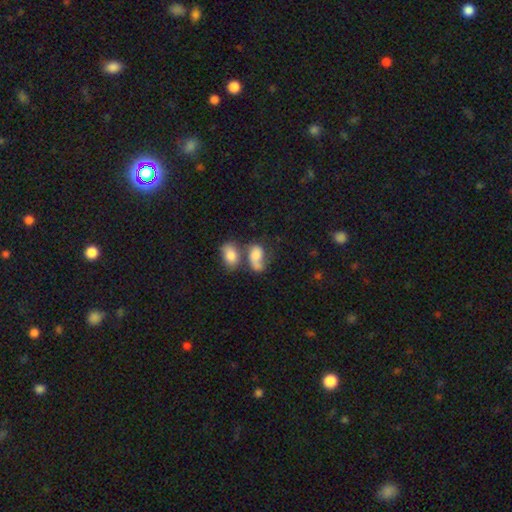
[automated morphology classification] A smooth galaxy with no disk features (63%) that is in between round and cigar-shaped (83%). Merging: merger (52%).